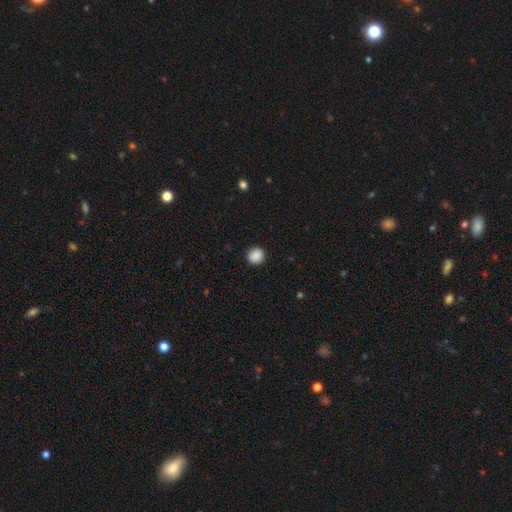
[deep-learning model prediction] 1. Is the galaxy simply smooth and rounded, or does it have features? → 89% smooth, 9% star or artifact, 3% featured or disk.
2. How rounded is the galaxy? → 88% round, 11% in between, 1% cigar-shaped.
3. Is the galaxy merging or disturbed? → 91% none, 6% minor disturbance, 2% major disturbance, 1% merger.